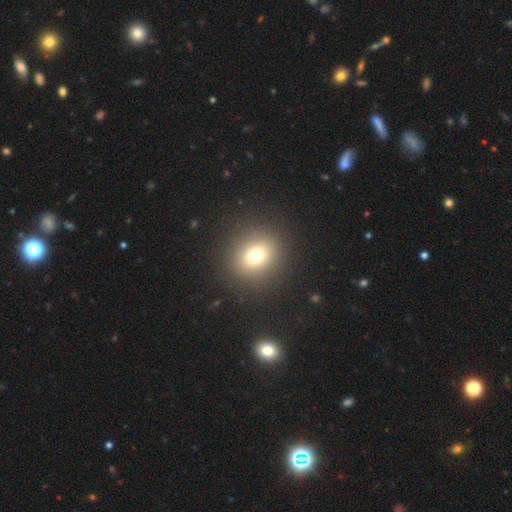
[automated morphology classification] Smooth or featured? Predicted: smooth (p=0.71). How rounded? Predicted: round (p=0.85). Merging? Predicted: none (p=0.89).